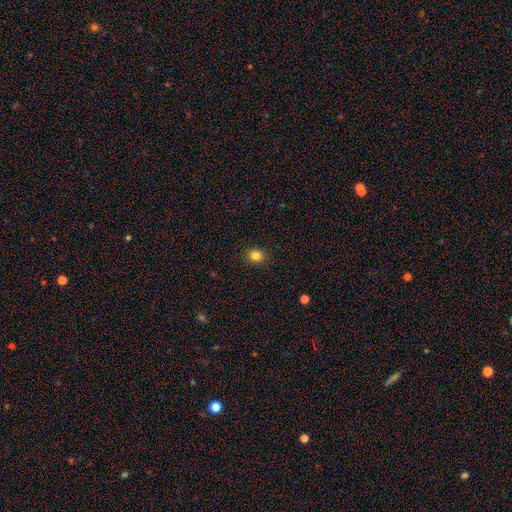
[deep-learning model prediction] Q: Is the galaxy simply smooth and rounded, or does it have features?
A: smooth — 84%.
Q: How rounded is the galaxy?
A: round — 69%.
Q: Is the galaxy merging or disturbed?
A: none — 90%.